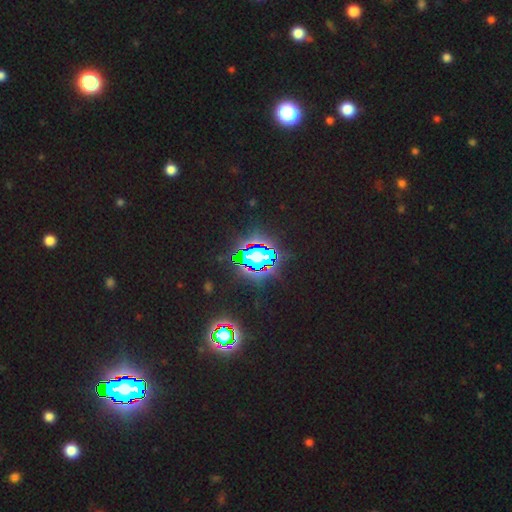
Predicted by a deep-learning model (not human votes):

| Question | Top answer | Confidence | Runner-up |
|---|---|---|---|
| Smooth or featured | star or artifact | 71% | smooth (15%) |